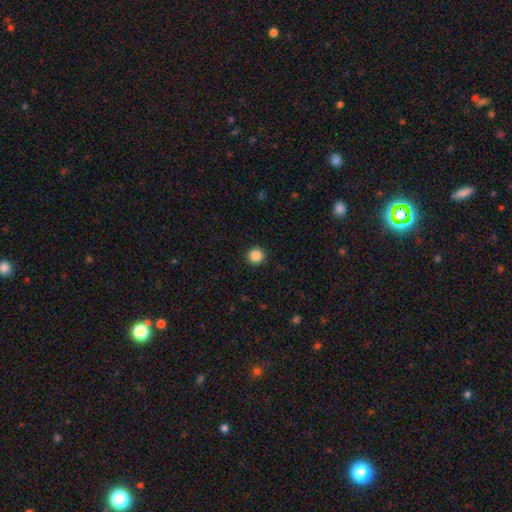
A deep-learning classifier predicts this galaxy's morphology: The model was most divided on "smooth or featured": smooth: 87%, star or artifact: 10%, featured or disk: 3%. More confident: how rounded — round (96%); merging — none (93%).